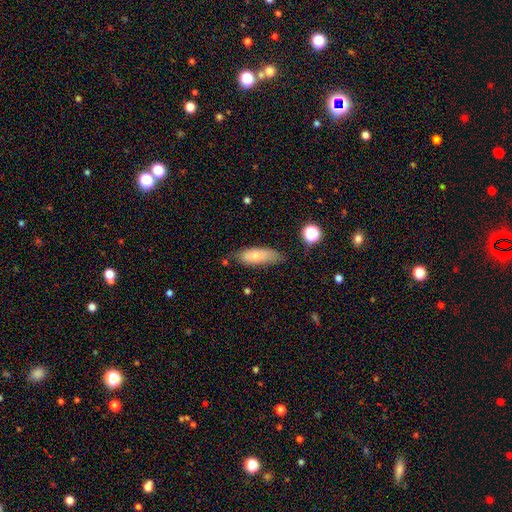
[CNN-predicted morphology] This is likely a smooth galaxy (72%). How rounded: likely in between (71%). Merging: likely none (63%).